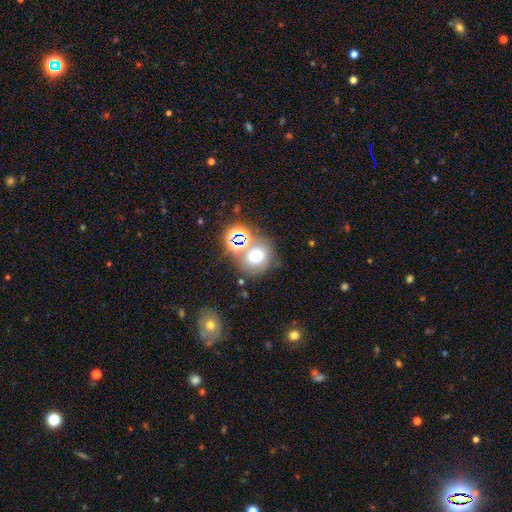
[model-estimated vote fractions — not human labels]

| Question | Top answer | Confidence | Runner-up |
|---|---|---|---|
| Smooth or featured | smooth | 63% | star or artifact (24%) |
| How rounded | round | 75% | in between (24%) |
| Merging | none | 55% | merger (26%) |